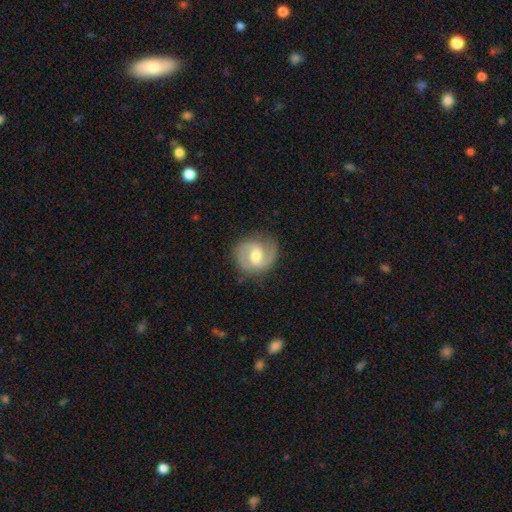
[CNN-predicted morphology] Smooth or featured: featured or disk — 82% (smooth — 13%)
Edge-on disk: no — 98% (yes — 2%)
Bar: weak — 57% (no — 27%)
Spiral arms: yes — 95% (no — 5%)
Spiral winding: medium — 55% (tight — 30%)
Spiral arm count: 2 — 90% (can't tell — 4%)
Bulge size: moderate — 67% (small — 24%)
Merging: none — 82% (minor disturbance — 13%)